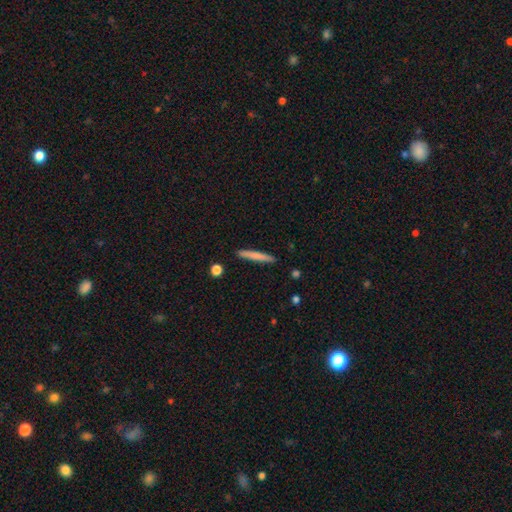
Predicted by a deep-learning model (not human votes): Smooth or featured? Predicted: smooth (p=0.73). How rounded? Predicted: cigar-shaped (p=0.96). Merging? Predicted: none (p=0.91).